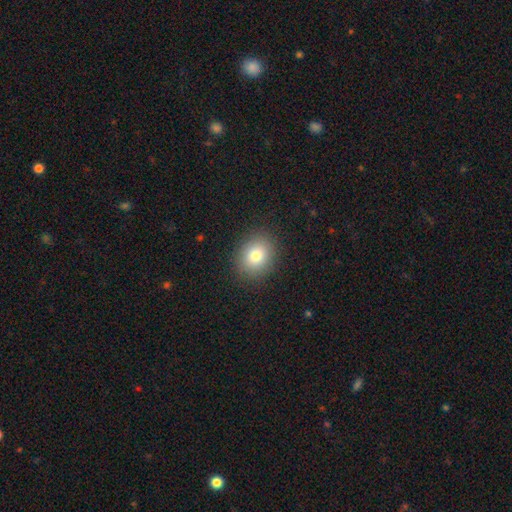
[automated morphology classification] type=smooth (80%); roundness=round (63%); merging=none (88%).